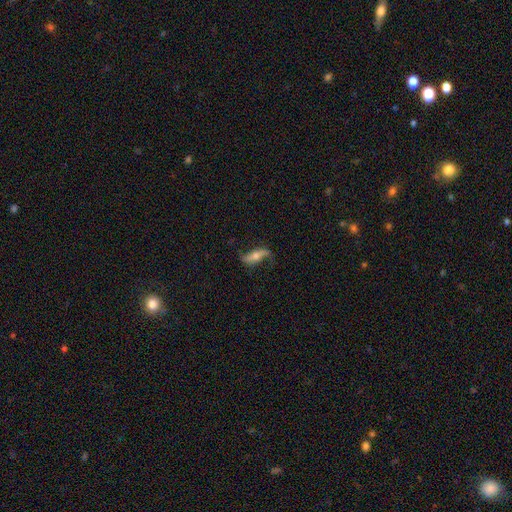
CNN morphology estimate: Overall: featured or disk (68%). Edge-on disk: no (75%). Bar: no (47%; strong 30%). Spiral arms: yes (87%). Bulge size: moderate (52%; small 37%). Merging: none (71%).